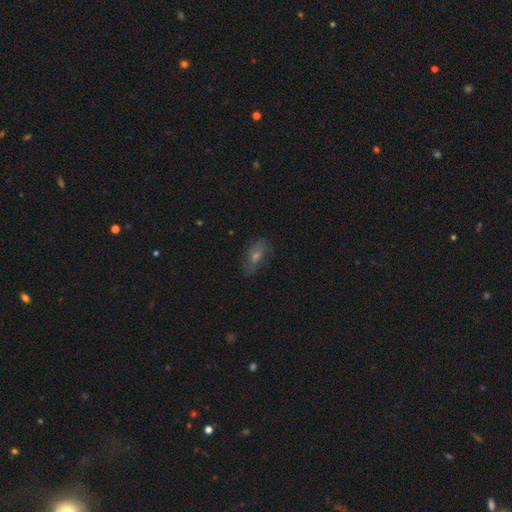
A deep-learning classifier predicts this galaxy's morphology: type=smooth (40%, tied with featured or disk); merging=none (73%).